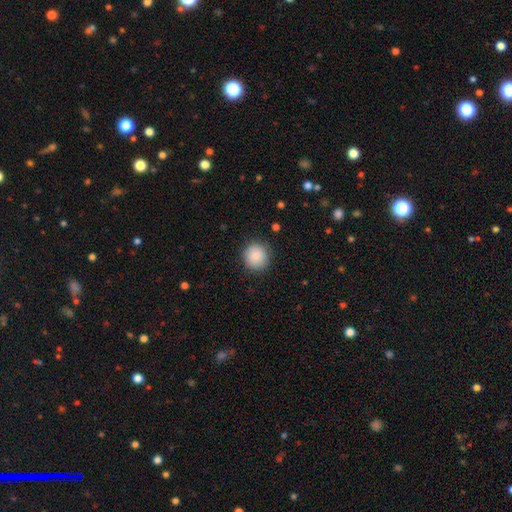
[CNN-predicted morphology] Smooth or featured? smooth (88%)
How rounded? round (92%)
Merging? none (89%)